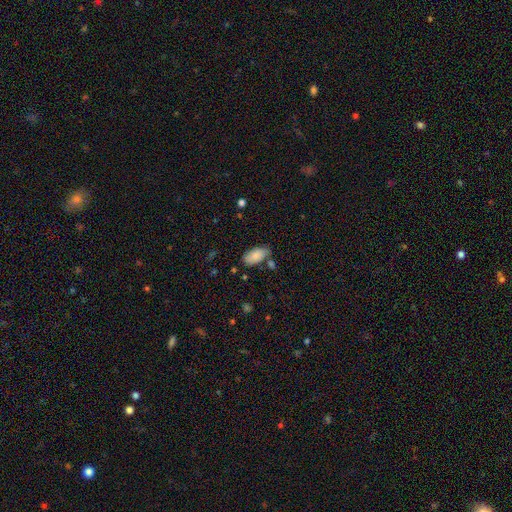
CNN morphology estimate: Smooth or featured?
  - smooth: 84% *
  - featured or disk: 9%
  - star or artifact: 7%
How rounded?
  - in between: 93% *
  - cigar-shaped: 5%
  - round: 2%
Merging?
  - none: 70% *
  - minor disturbance: 19%
  - merger: 7%
  - major disturbance: 4%